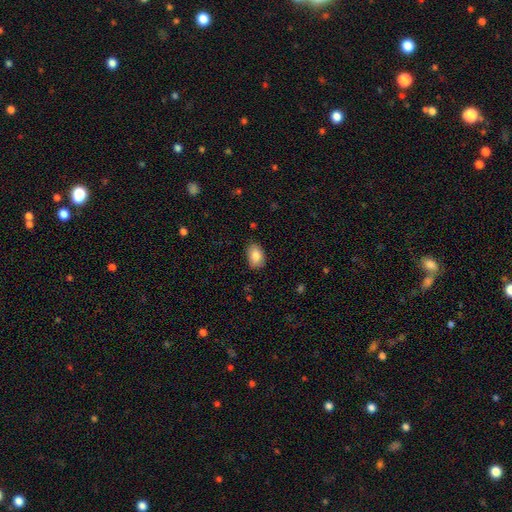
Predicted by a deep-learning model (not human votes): A smooth galaxy with no disk features (85%) that is in between round and cigar-shaped (87%).

Vote fractions:
- Smooth or featured? smooth: 85% / featured or disk: 8% / star or artifact: 7%
- How rounded? in between: 87% / round: 12% / cigar-shaped: 1%
- Merging? none: 82% / minor disturbance: 14% / major disturbance: 3% / merger: 1%